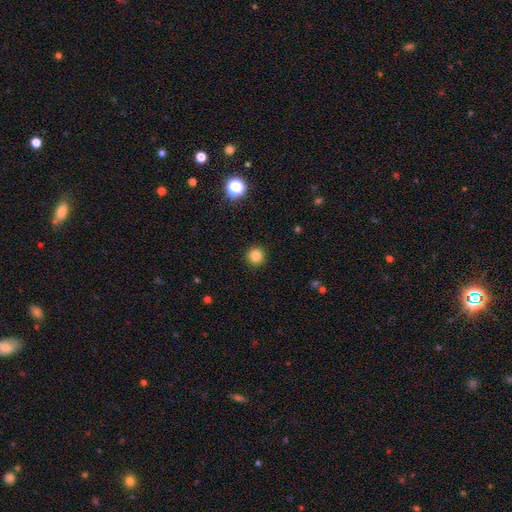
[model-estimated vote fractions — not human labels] This is clearly a smooth galaxy (83%). How rounded: clearly round (94%). Merging: clearly none (92%).